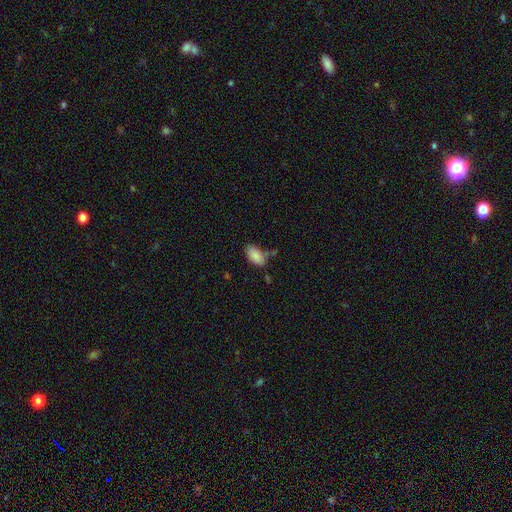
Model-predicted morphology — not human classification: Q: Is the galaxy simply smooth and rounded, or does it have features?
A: smooth — 87%.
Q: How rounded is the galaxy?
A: in between — 94%.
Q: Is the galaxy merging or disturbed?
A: none — 65%.